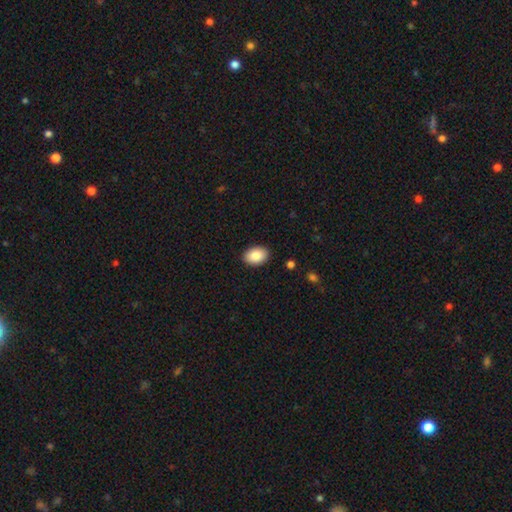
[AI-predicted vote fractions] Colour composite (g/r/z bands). It shows a smooth galaxy with no disk features (87%) that is in between round and cigar-shaped (87%). Merging: none (90%).